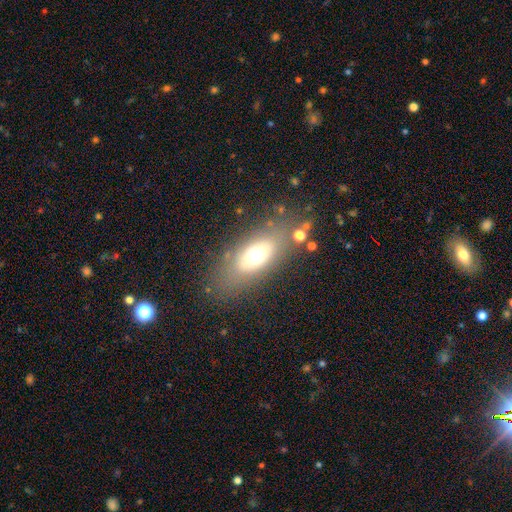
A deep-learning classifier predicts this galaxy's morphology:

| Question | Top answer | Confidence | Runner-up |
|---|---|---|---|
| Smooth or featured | smooth | 61% | featured or disk (27%) |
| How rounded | in between | 75% | cigar-shaped (14%) |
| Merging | none | 76% | minor disturbance (13%) |